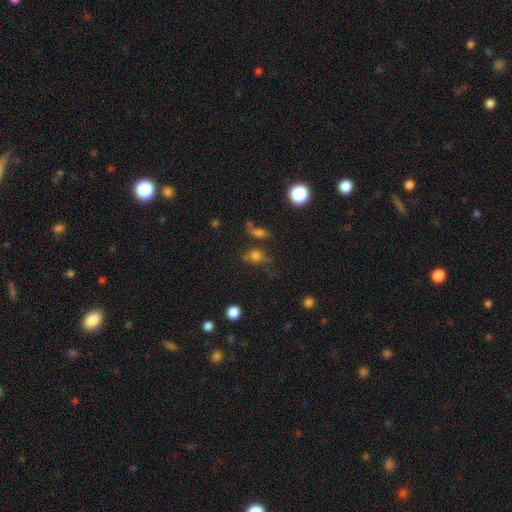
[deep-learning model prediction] Smooth or featured? smooth (61%)
How rounded? round (48%)
Merging? none (50%)